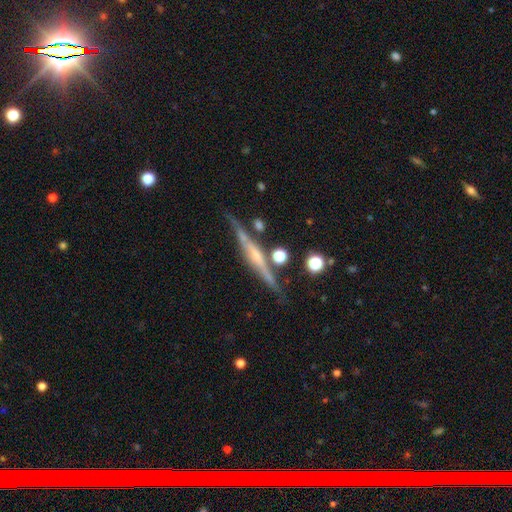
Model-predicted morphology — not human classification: type=featured or disk (80%); edge-on=yes (97%); edge-on bulge=rounded (61%); merging=none (80%).